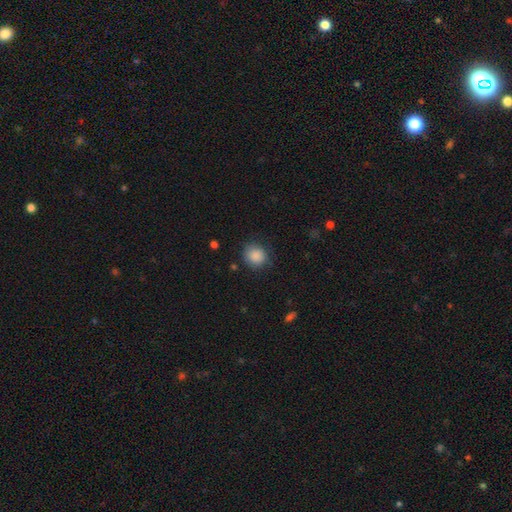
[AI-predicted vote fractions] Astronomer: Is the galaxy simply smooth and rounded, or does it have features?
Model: smooth — 88%.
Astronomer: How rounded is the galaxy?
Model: round — 84%.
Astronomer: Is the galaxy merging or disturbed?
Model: none — 79%.